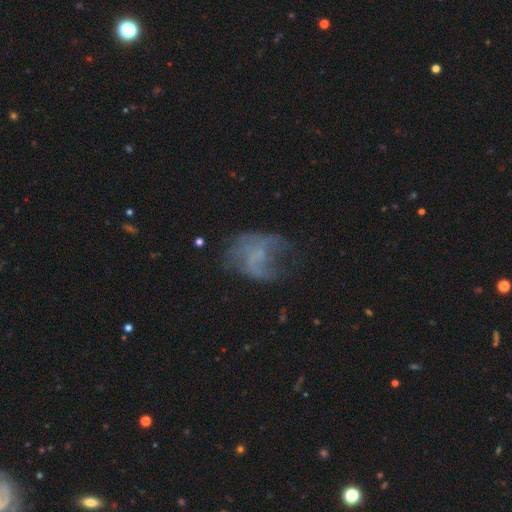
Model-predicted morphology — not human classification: smooth_or_featured: featured or disk (p=0.57) [alt: smooth p=0.28]
disk_edge_on: no (p=0.98) [alt: yes p=0.02]
bar: no (p=0.76) [alt: weak p=0.20]
has_spiral_arms: no (p=0.58) [alt: yes p=0.42]
bulge_size: none (p=0.65) [alt: small p=0.24]
merging: major disturbance (p=0.42) [alt: none p=0.33]